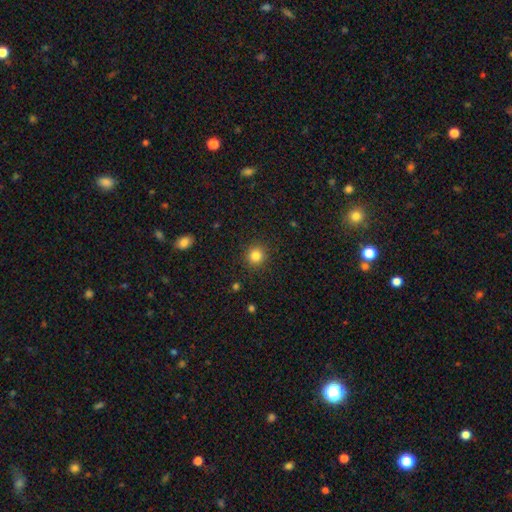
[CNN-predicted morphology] The model was most divided on "smooth or featured": smooth: 84%, star or artifact: 12%, featured or disk: 5%. More confident: how rounded — round (92%); merging — none (90%).